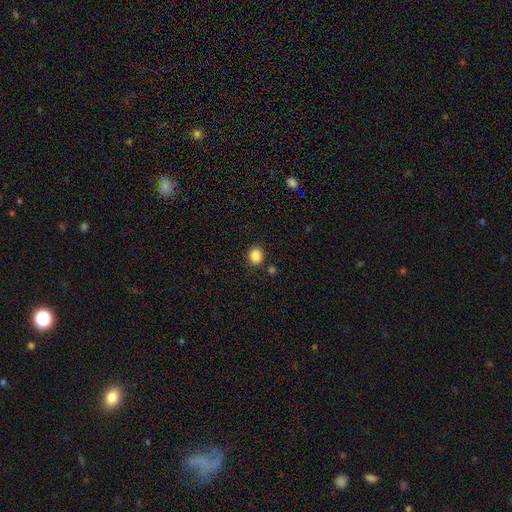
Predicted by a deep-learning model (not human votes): The model was most divided on "how rounded": round: 78%, in between: 21%, cigar-shaped: 1%. More confident: merging — none (86%); smooth or featured — smooth (86%).